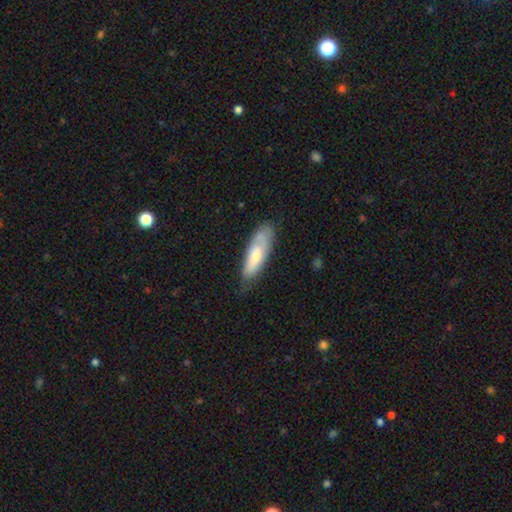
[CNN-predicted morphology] This is possibly a smooth galaxy (59%). How rounded: possibly in between (58%). Merging: likely none (62%).